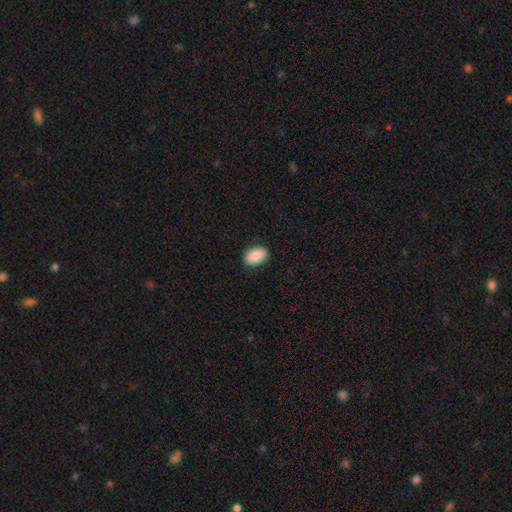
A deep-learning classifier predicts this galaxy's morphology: smooth_or_featured: smooth (p=0.88) [alt: star or artifact p=0.07]
how_rounded: in between (p=0.89) [alt: round p=0.10]
merging: none (p=0.86) [alt: minor disturbance p=0.11]